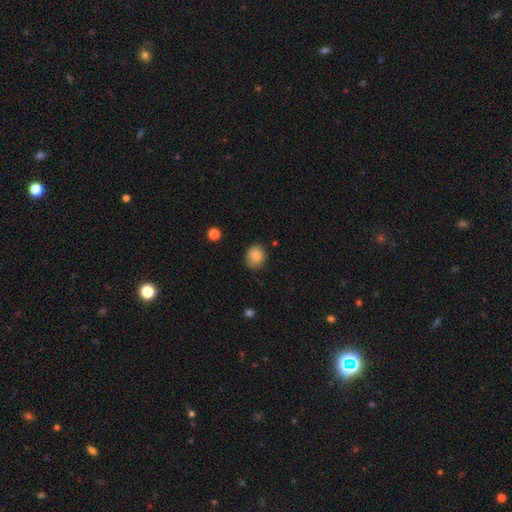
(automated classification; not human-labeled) Smooth or featured: smooth — 85% (star or artifact — 9%)
How rounded: round — 62% (in between — 37%)
Merging: none — 79% (minor disturbance — 16%)